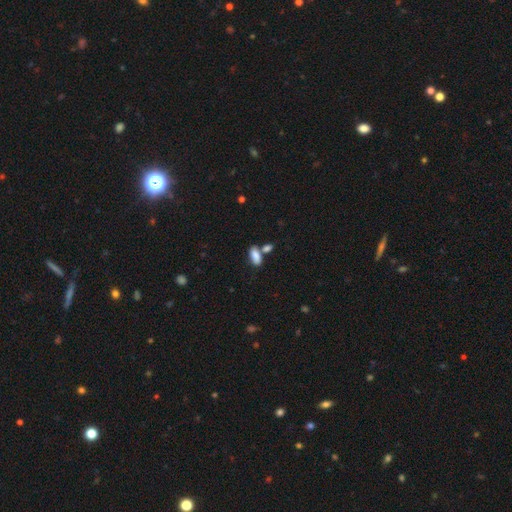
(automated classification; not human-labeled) smooth_or_featured: smooth (p=0.85) [alt: star or artifact p=0.08]
how_rounded: in between (p=0.85) [alt: cigar-shaped p=0.12]
merging: none (p=0.52) [alt: merger p=0.31]